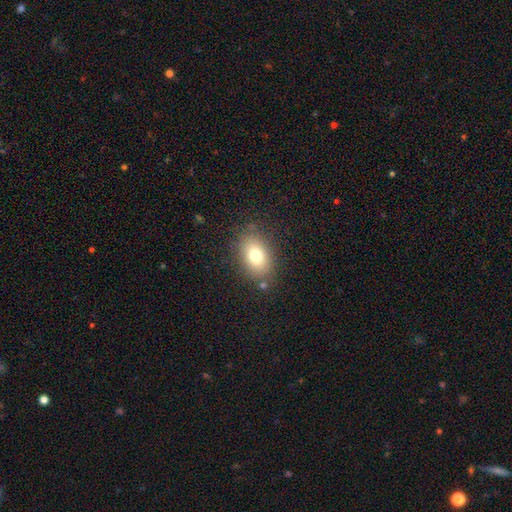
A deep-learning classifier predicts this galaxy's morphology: This is likely a smooth galaxy (76%). How rounded: likely in between (77%). Merging: clearly none (81%).